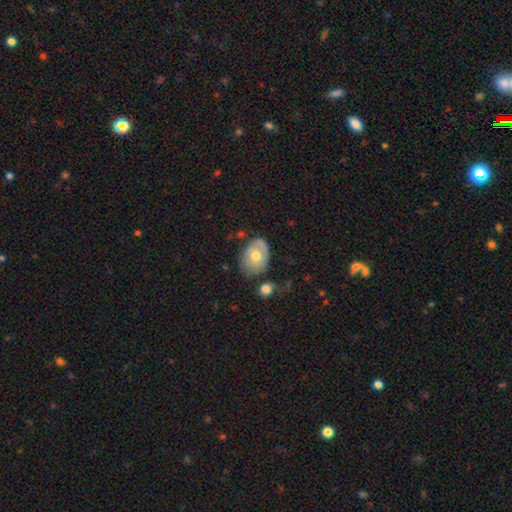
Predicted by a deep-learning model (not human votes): Morphology: type=smooth (62%); roundness=in between (69%); merging=none (57%).